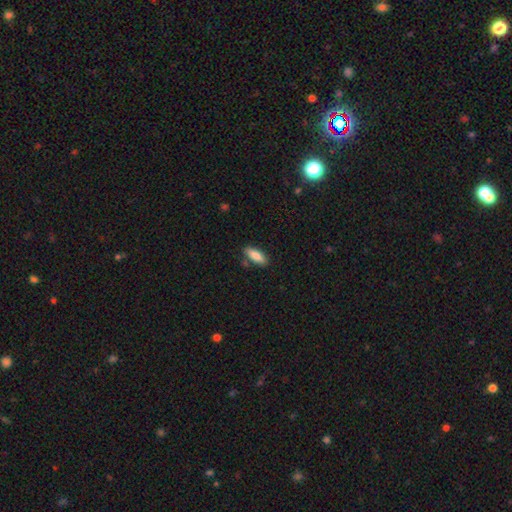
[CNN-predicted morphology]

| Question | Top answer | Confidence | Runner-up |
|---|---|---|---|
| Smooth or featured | smooth | 86% | featured or disk (8%) |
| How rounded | in between | 69% | cigar-shaped (29%) |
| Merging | none | 81% | minor disturbance (12%) |